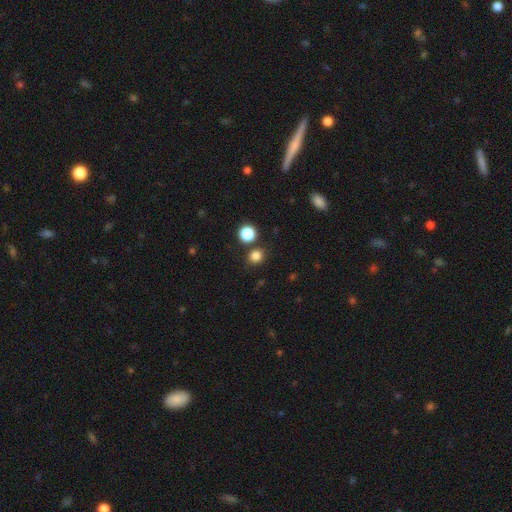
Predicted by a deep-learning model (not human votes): smooth 82%, star or artifact 14%, featured or disk 4%. Down the decision tree: how rounded — round (84%); merging — none (80%).